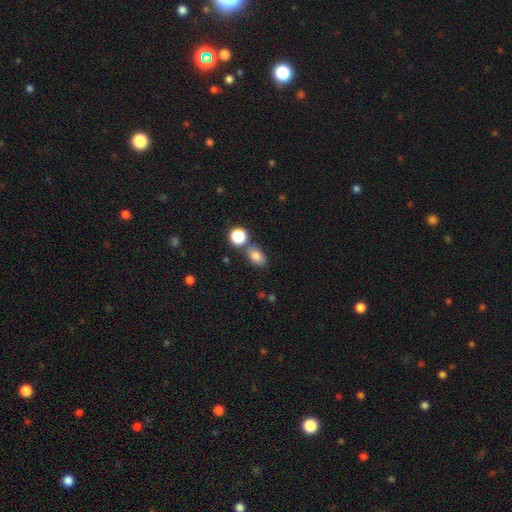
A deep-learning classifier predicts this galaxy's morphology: This is likely a smooth galaxy (79%). How rounded: likely in between (76%). Merging: likely none (66%).